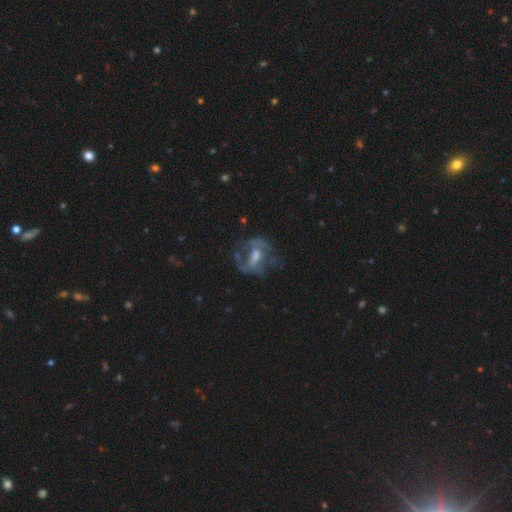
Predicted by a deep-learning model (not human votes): The model was most divided on "bar": weak: 43%, no: 34%, strong: 24%. Remaining: edge-on disk — no (95%); smooth or featured — featured or disk (69%); spiral arms — yes (60%); merging — none (52%); bulge size — moderate (49%).